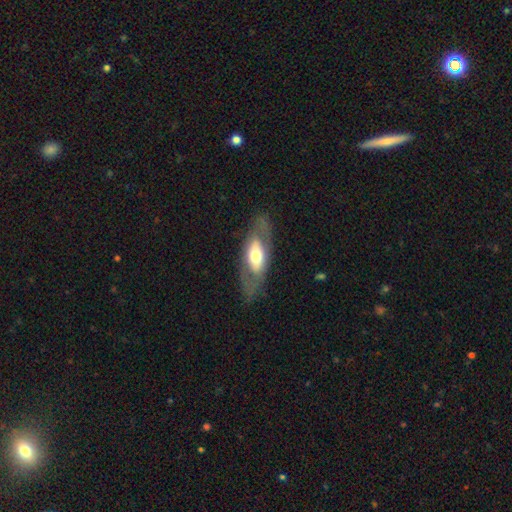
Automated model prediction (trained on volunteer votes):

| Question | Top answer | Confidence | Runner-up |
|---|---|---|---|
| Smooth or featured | featured or disk | 54% | smooth (41%) |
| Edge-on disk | no | 78% | yes (22%) |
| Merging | none | 75% | minor disturbance (15%) |